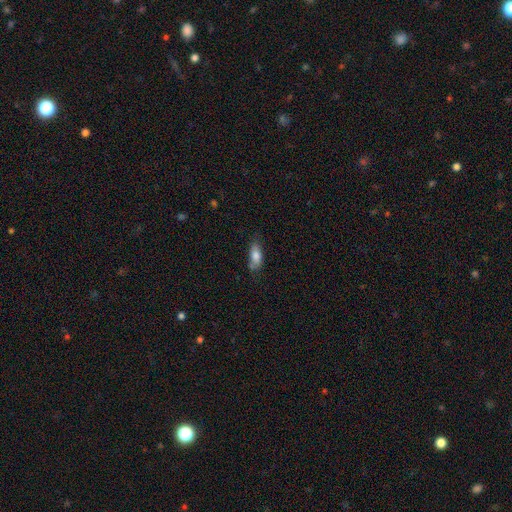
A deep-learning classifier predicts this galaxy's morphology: smooth_or_featured: smooth (p=0.80) [alt: featured or disk p=0.13]
how_rounded: in between (p=0.78) [alt: cigar-shaped p=0.19]
merging: none (p=0.62) [alt: minor disturbance p=0.26]